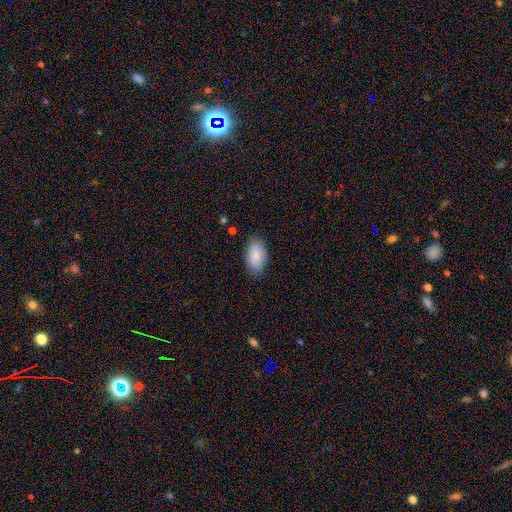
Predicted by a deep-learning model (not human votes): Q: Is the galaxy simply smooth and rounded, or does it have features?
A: smooth — 88%.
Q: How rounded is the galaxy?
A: in between — 94%.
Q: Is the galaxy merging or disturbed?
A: none — 82%.